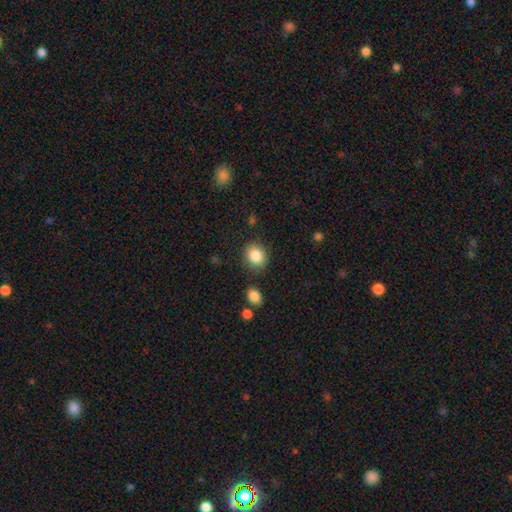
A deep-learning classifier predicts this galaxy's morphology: A smooth galaxy with no disk features (86%) that is round (69%).

Vote fractions:
- Smooth or featured? smooth: 86% / star or artifact: 8% / featured or disk: 5%
- How rounded? round: 69% / in between: 30% / cigar-shaped: 1%
- Merging? none: 83% / minor disturbance: 11% / major disturbance: 3% / merger: 3%